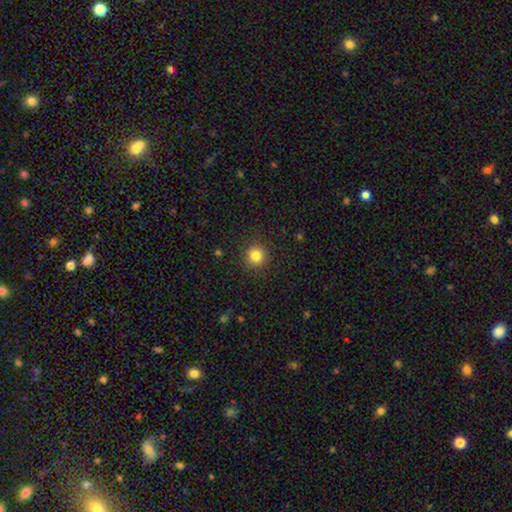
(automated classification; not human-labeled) This appears to be a smooth galaxy with no disk features (83%) that is round (93%). Merging: none (90%).